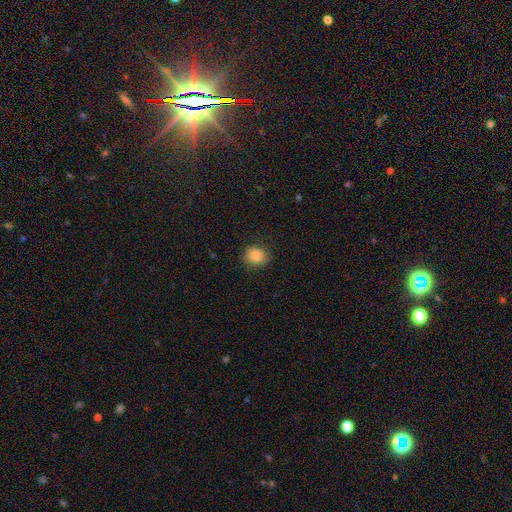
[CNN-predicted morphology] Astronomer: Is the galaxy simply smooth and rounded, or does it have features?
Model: smooth — 87%.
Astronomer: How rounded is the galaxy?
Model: round — 66%.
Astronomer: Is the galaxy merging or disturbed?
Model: none — 82%.